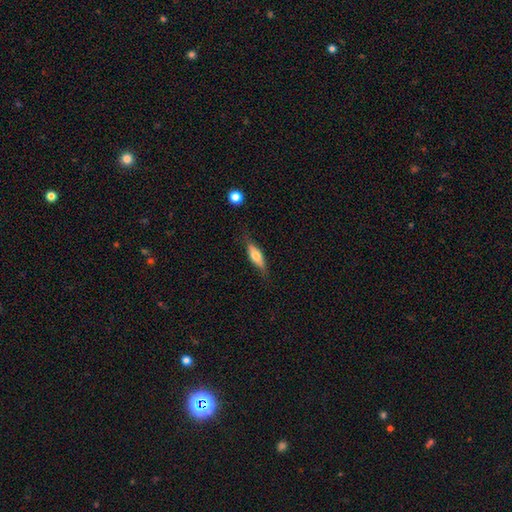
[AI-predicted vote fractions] Smooth or featured? Predicted: smooth (p=0.60). How rounded? Predicted: in between (p=0.52). Merging? Predicted: none (p=0.75).